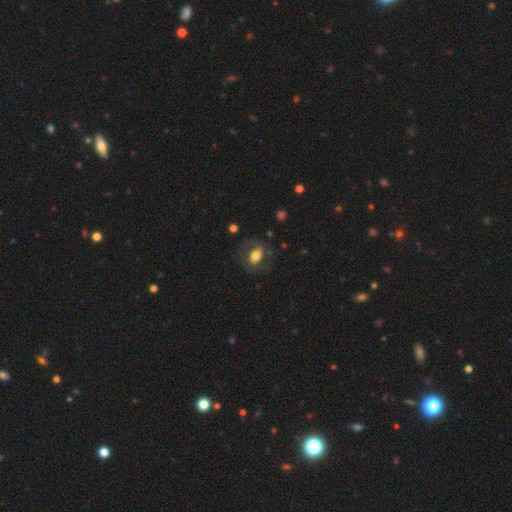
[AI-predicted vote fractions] This appears to be a smooth galaxy with no disk features (60%) that is in between round and cigar-shaped (75%). Merging: none (68%).